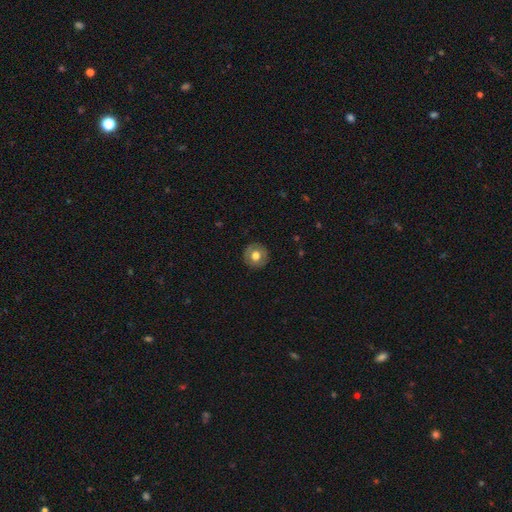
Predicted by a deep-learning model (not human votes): smooth 65%, featured or disk 27%, star or artifact 8%. Down the decision tree: how rounded — round (93%); merging — none (88%).